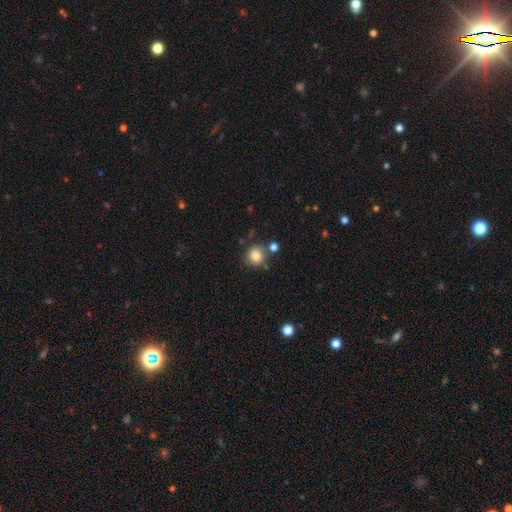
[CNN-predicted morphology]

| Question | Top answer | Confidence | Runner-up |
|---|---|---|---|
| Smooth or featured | smooth | 82% | star or artifact (11%) |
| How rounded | round | 89% | in between (10%) |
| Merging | none | 75% | minor disturbance (11%) |